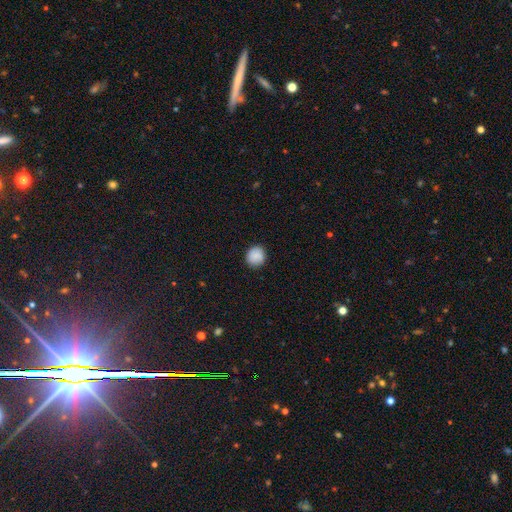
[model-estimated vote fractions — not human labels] This appears to be a smooth galaxy with no disk features (87%) that is round (88%). Merging: none (88%).